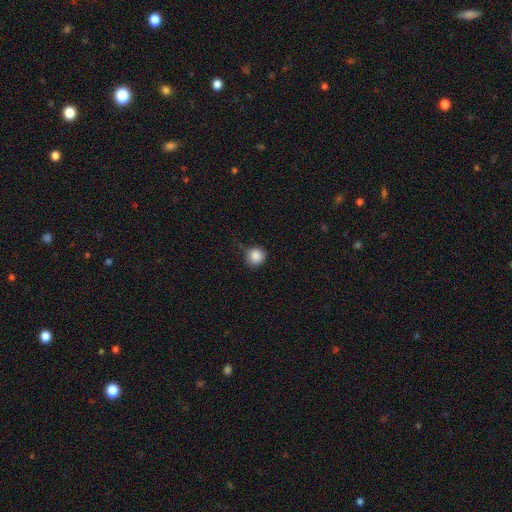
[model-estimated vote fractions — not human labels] A smooth galaxy with no disk features (87%) that is round (93%). Merging: none (76%).